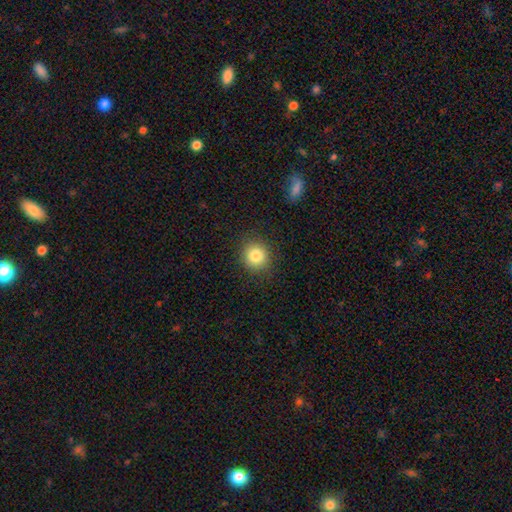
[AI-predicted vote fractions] Smooth or featured?
  - smooth: 82% *
  - star or artifact: 11%
  - featured or disk: 7%
How rounded?
  - round: 87% *
  - in between: 12%
  - cigar-shaped: 1%
Merging?
  - none: 89% *
  - minor disturbance: 8%
  - major disturbance: 2%
  - merger: 1%